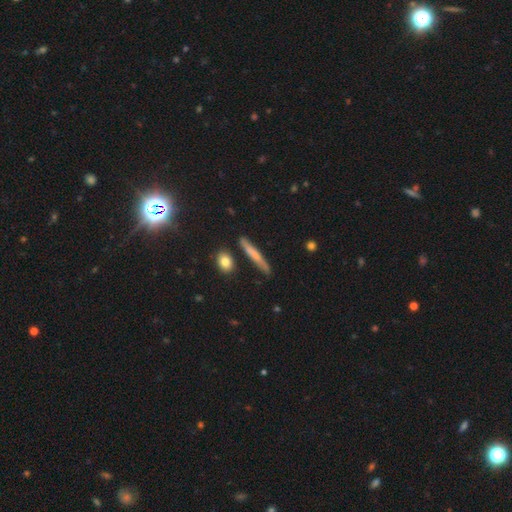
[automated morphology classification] Smooth or featured?
  - smooth: 59% *
  - featured or disk: 30%
  - star or artifact: 11%
How rounded?
  - cigar-shaped: 92% *
  - in between: 5%
  - round: 3%
Merging?
  - none: 84% *
  - minor disturbance: 11%
  - merger: 3%
  - major disturbance: 2%